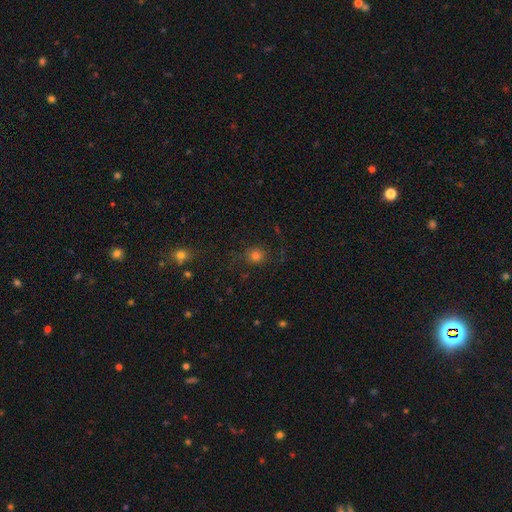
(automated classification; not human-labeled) The model was most divided on "smooth or featured": smooth: 71%, star or artifact: 21%, featured or disk: 8%. More confident: how rounded — round (87%); merging — none (79%).